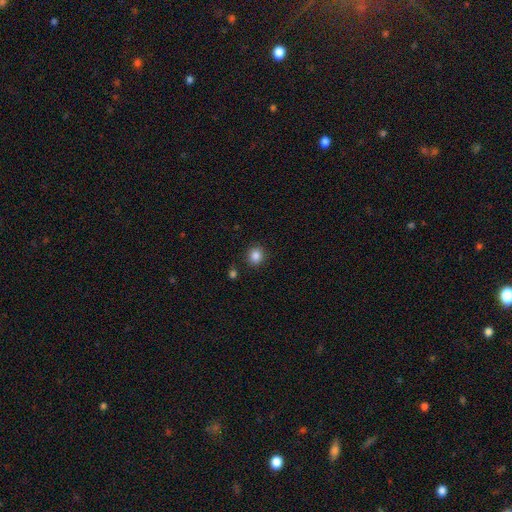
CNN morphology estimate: This is clearly a smooth galaxy (86%). How rounded: clearly round (83%). Merging: clearly none (87%).